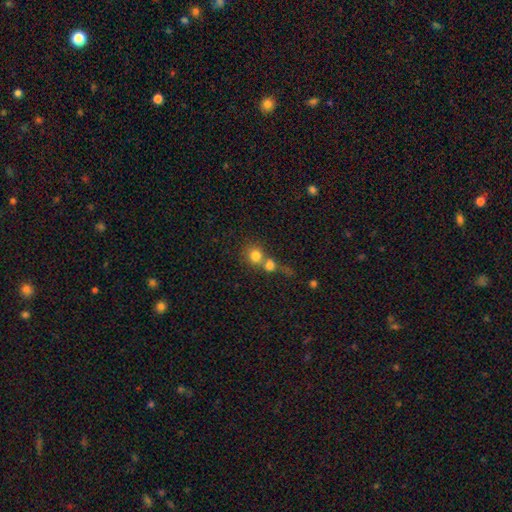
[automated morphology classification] A smooth galaxy with no disk features (79%) that is round (87%). Merging: merger (50%).